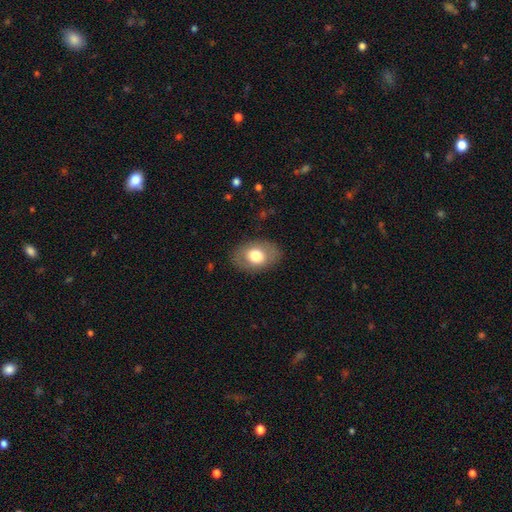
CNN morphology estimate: smooth 71%, featured or disk 22%, star or artifact 7%. Down the decision tree: how rounded — in between (78%); merging — none (84%).